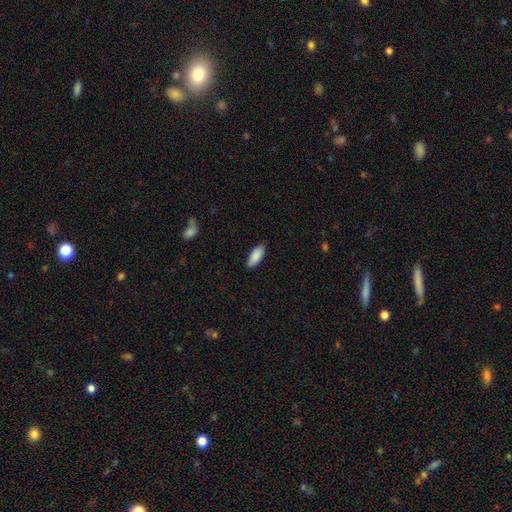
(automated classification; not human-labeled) Smooth or featured?
  - smooth: 89% *
  - star or artifact: 6%
  - featured or disk: 5%
How rounded?
  - in between: 83% *
  - cigar-shaped: 16%
  - round: 2%
Merging?
  - none: 87% *
  - minor disturbance: 10%
  - major disturbance: 2%
  - merger: 1%